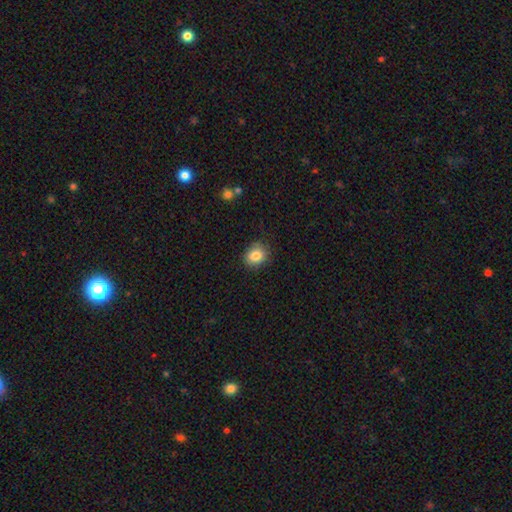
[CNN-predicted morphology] The model was most divided on "how rounded": round: 69%, in between: 30%, cigar-shaped: 1%. More confident: merging — none (83%); smooth or featured — smooth (83%).